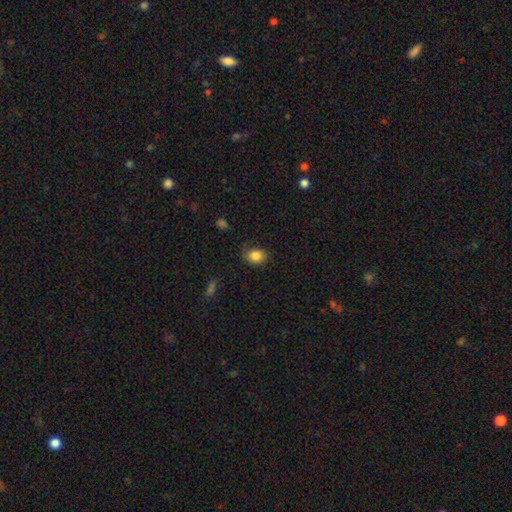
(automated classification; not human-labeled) A smooth galaxy with no disk features (85%) that is in between round and cigar-shaped (61%).

Vote fractions:
- Smooth or featured? smooth: 85% / star or artifact: 9% / featured or disk: 6%
- How rounded? in between: 61% / round: 38% / cigar-shaped: 1%
- Merging? none: 73% / minor disturbance: 20% / major disturbance: 5% / merger: 1%